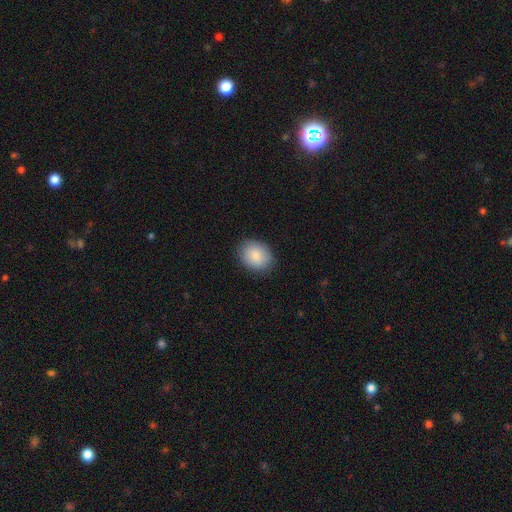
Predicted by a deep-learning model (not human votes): Morphology: type=smooth (86%); roundness=in between (55%); merging=none (86%).